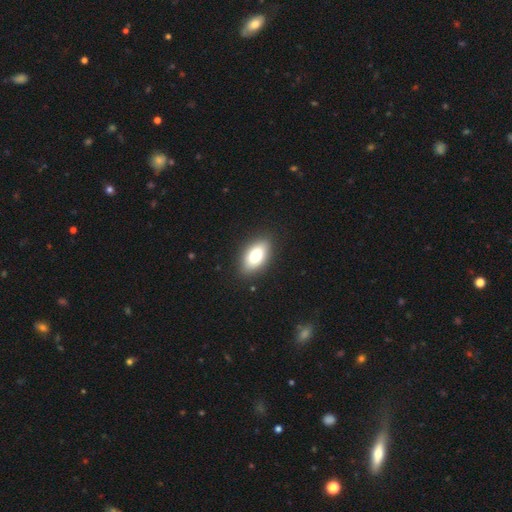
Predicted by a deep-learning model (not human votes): Q: Smooth or featured?
A: smooth (77%); runner-up: featured or disk (15%)
Q: How rounded?
A: in between (91%); runner-up: round (5%)
Q: Merging?
A: none (87%); runner-up: minor disturbance (9%)